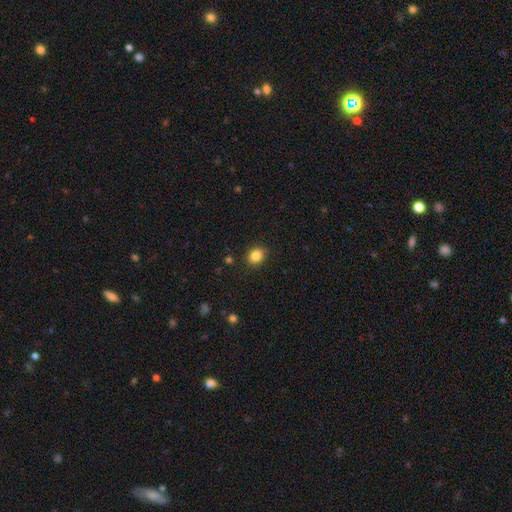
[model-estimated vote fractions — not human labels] smooth_or_featured: smooth (p=0.85) [alt: star or artifact p=0.10]
how_rounded: round (p=0.66) [alt: in between p=0.33]
merging: none (p=0.89) [alt: minor disturbance p=0.07]